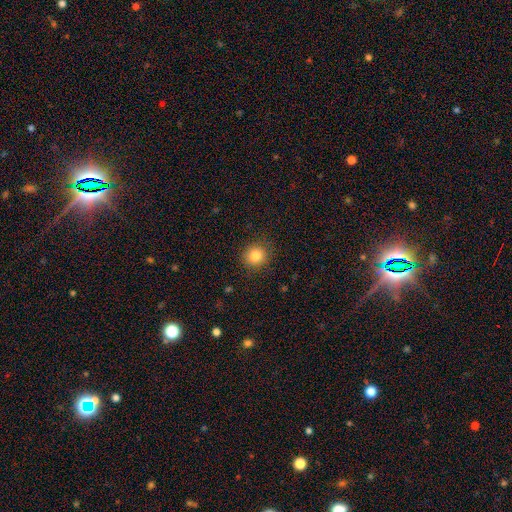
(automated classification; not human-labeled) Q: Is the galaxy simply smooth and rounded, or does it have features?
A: smooth — 84%.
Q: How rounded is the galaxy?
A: round — 88%.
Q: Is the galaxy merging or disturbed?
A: none — 89%.